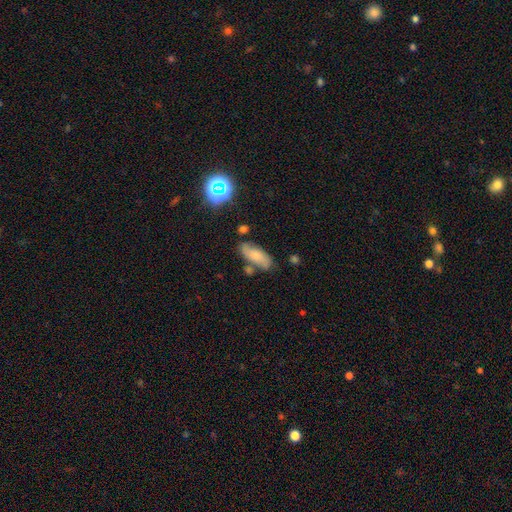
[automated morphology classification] The model was most divided on "smooth or featured": smooth: 60%, featured or disk: 30%, star or artifact: 10%. More confident: how rounded — in between (76%); merging — none (67%).